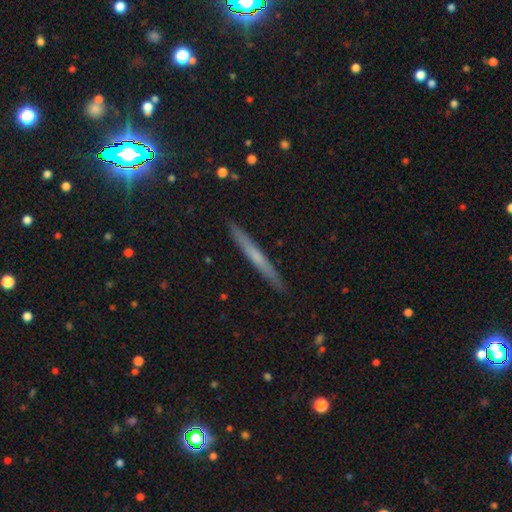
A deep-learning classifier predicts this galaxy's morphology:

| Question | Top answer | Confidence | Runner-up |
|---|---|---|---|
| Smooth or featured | featured or disk | 48% | smooth (44%) |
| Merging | none | 92% | minor disturbance (6%) |